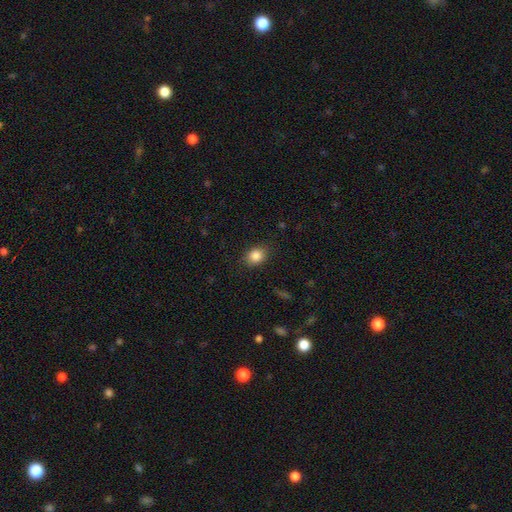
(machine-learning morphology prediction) This appears to be a smooth galaxy with no disk features (86%) that is round (51%). Merging: none (84%).